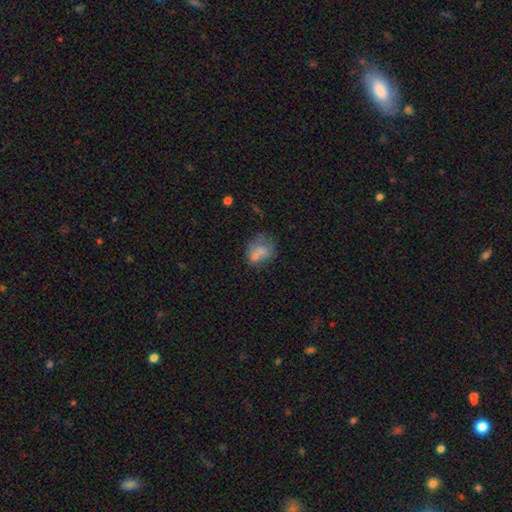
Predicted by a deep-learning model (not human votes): Smooth or featured? Predicted: smooth (p=0.61). How rounded? Predicted: in between (p=0.51). Merging? Predicted: none (p=0.39).